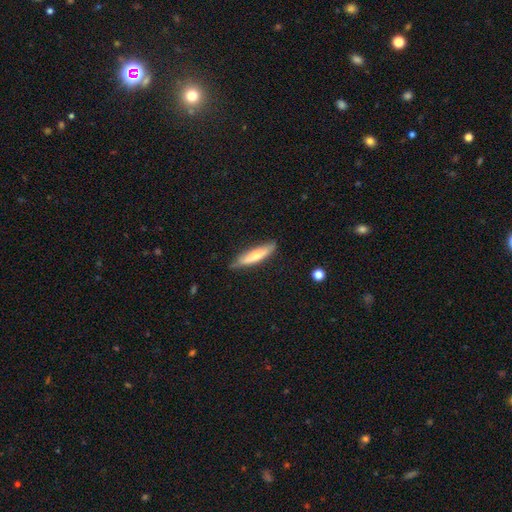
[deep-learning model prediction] A smooth galaxy with no disk features (61%) that is cigar-shaped (79%).

Vote fractions:
- Smooth or featured? smooth: 61% / featured or disk: 34% / star or artifact: 6%
- How rounded? cigar-shaped: 79% / in between: 20% / round: 2%
- Merging? none: 74% / minor disturbance: 21% / major disturbance: 3% / merger: 2%